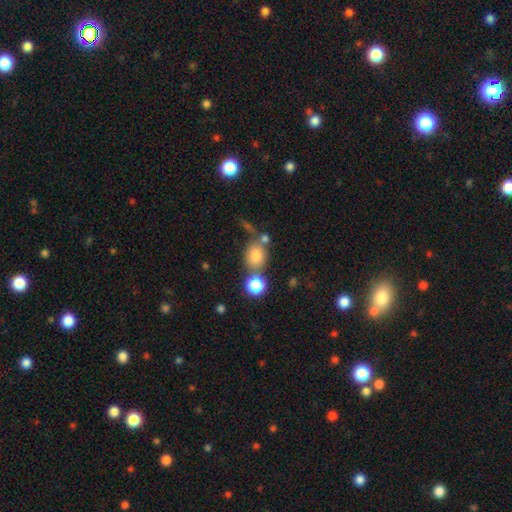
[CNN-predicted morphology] This is likely a smooth galaxy (78%). How rounded: possibly round (57%). Merging: possibly none (55%).